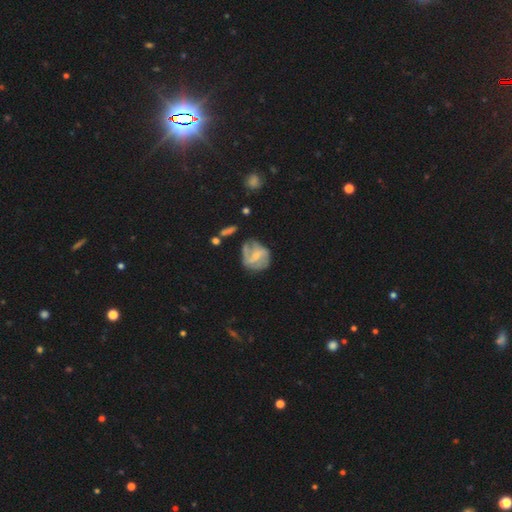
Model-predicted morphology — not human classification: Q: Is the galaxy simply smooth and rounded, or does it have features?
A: featured or disk — 64%.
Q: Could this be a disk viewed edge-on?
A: no — 97%.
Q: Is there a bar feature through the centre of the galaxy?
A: weak — 45%.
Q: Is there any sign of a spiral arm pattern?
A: yes — 75%.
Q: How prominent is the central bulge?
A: small — 59%.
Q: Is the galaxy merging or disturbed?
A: none — 52%.